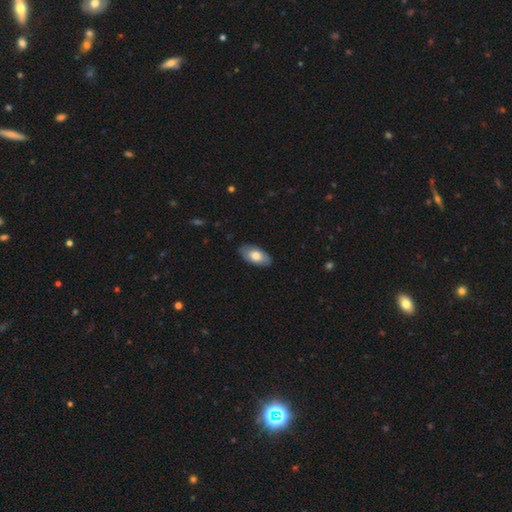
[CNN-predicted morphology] Smooth or featured: smooth — 72% (featured or disk — 22%)
How rounded: in between — 94% (cigar-shaped — 3%)
Merging: none — 86% (minor disturbance — 11%)